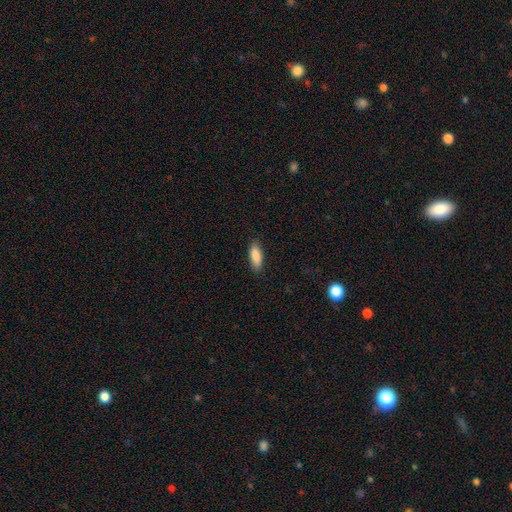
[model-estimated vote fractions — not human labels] Morphology: type=smooth (88%); roundness=in between (70%); merging=none (85%).